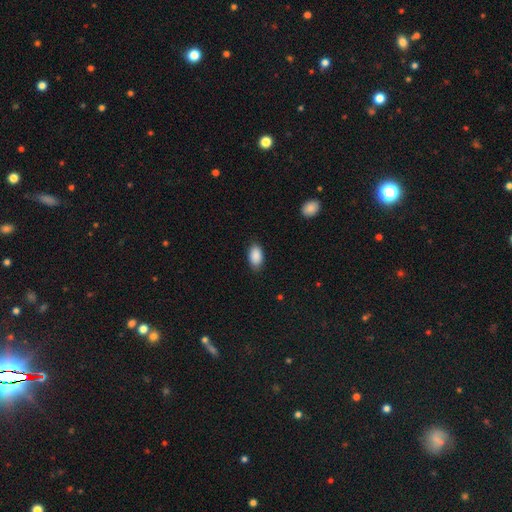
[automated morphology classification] Smooth or featured? Predicted: smooth (p=0.90). How rounded? Predicted: in between (p=0.93). Merging? Predicted: none (p=0.85).